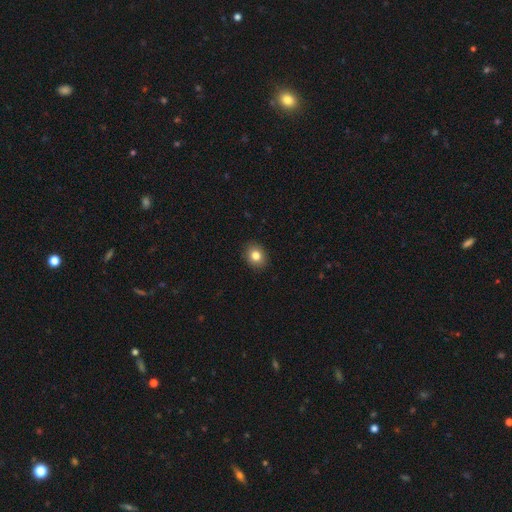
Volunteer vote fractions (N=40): Overall: smooth (72%). How rounded: round (62%; in between 38%). Merging: none (86%).